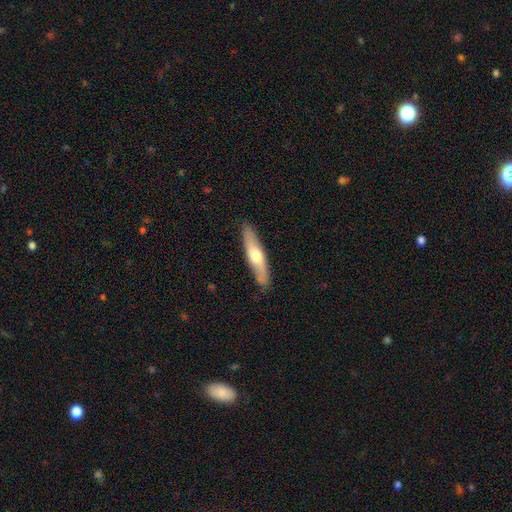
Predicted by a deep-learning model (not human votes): This appears to be a smooth galaxy with no disk features (49%). Merging: none (87%).